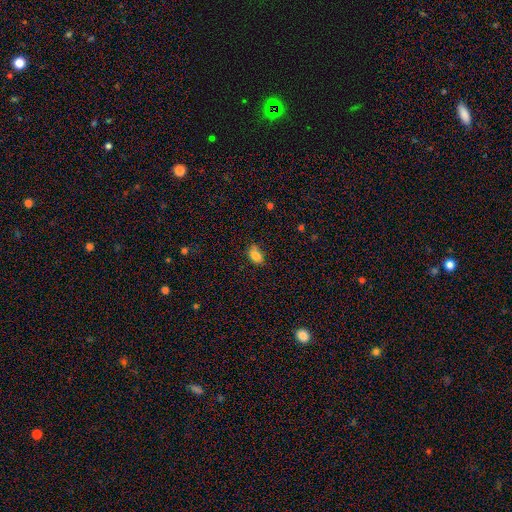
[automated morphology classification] Overall: smooth (83%). How rounded: in between (85%). Merging: none (57%; minor disturbance 33%).